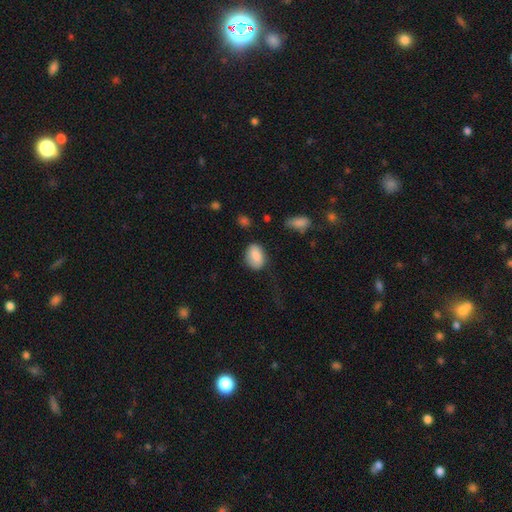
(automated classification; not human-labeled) Smooth or featured? smooth (83%)
How rounded? in between (77%)
Merging? none (72%)